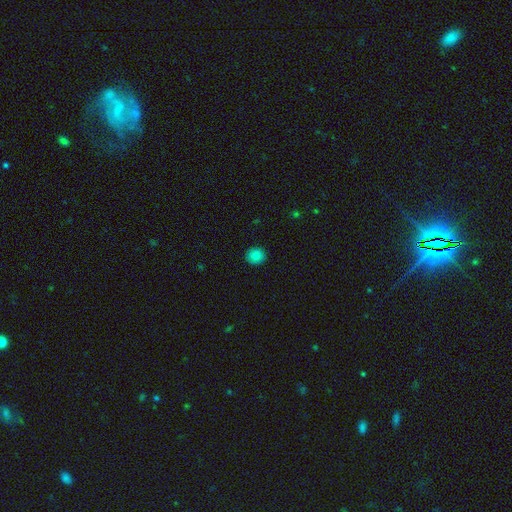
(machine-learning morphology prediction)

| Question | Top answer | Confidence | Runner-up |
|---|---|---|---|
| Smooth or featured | smooth | 86% | star or artifact (11%) |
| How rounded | round | 86% | in between (13%) |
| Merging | none | 91% | minor disturbance (6%) |